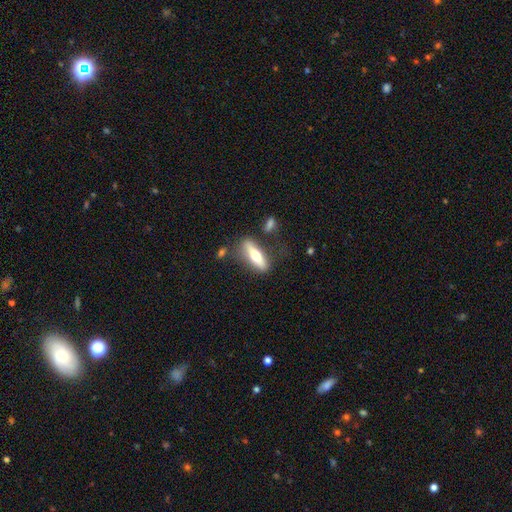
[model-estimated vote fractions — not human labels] smooth_or_featured: smooth (p=0.52) [alt: featured or disk p=0.42]
how_rounded: cigar-shaped (p=0.55) [alt: in between p=0.42]
merging: none (p=0.69) [alt: minor disturbance p=0.17]